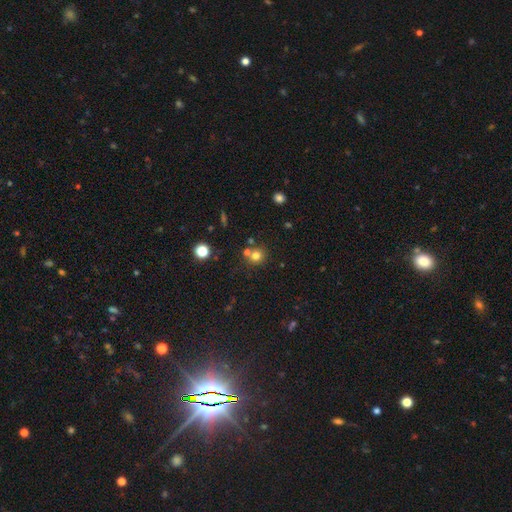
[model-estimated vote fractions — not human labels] Smooth or featured? Predicted: smooth (p=0.75). How rounded? Predicted: round (p=0.88). Merging? Predicted: none (p=0.64).